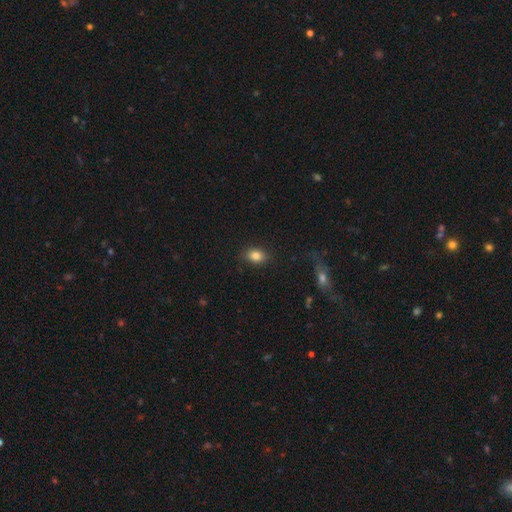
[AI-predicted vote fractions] smooth-or-featured: smooth: 84% | star or artifact: 9% | featured or disk: 6%
  how-rounded: in between: 73% | round: 25% | cigar-shaped: 1%
  merging: none: 84% | minor disturbance: 11% | major disturbance: 3% | merger: 1%